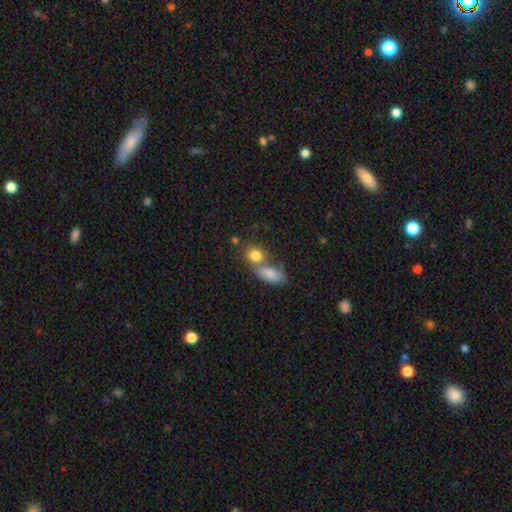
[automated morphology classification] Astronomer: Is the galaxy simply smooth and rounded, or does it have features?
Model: smooth — 81%.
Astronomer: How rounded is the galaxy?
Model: round — 55% (runner-up: in between, 42%).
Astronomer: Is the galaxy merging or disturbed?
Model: merger — 47% (runner-up: none, 39%).